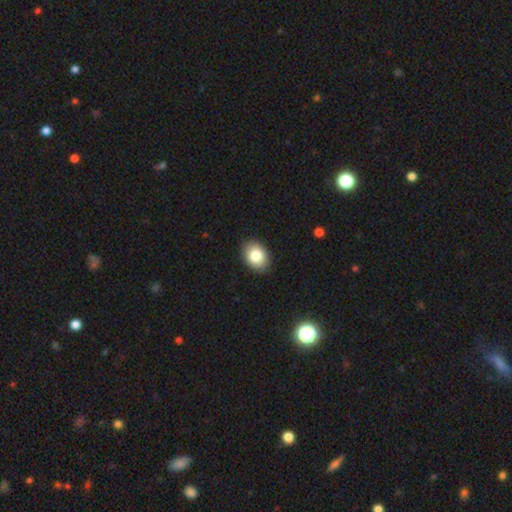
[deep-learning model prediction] Morphology: type=smooth (83%); roundness=in between (76%); merging=none (89%).